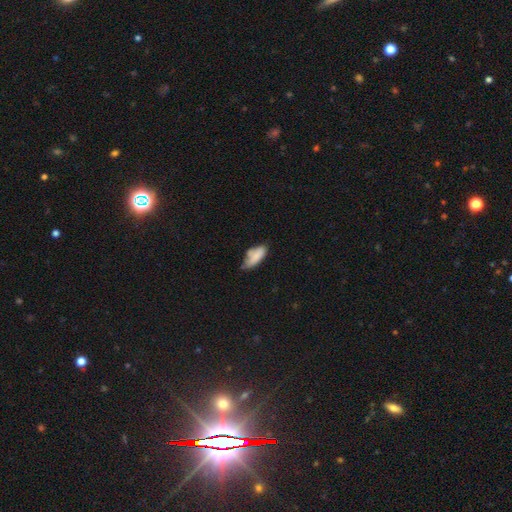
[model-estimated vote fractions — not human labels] smooth 82%, featured or disk 11%, star or artifact 7%. Down the decision tree: how rounded — in between (80%); merging — none (46%).